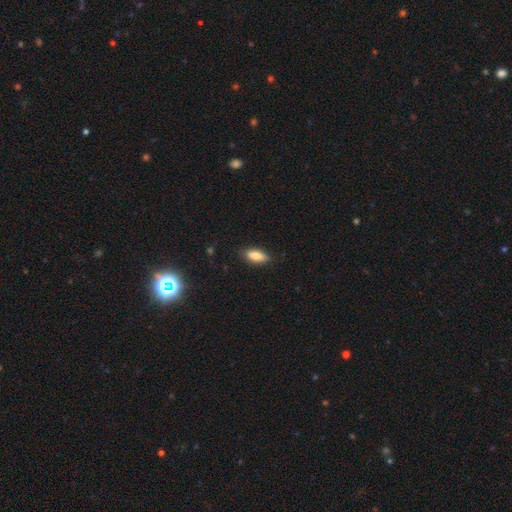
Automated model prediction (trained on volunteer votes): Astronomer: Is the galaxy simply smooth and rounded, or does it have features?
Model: smooth — 81%.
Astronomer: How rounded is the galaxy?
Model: in between — 77%.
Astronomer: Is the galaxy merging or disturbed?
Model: none — 84%.